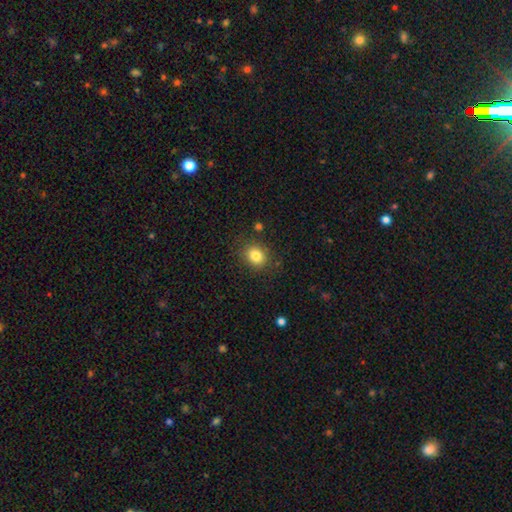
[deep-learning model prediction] smooth 83%, star or artifact 11%, featured or disk 7%. Down the decision tree: how rounded — round (63%); merging — none (84%).